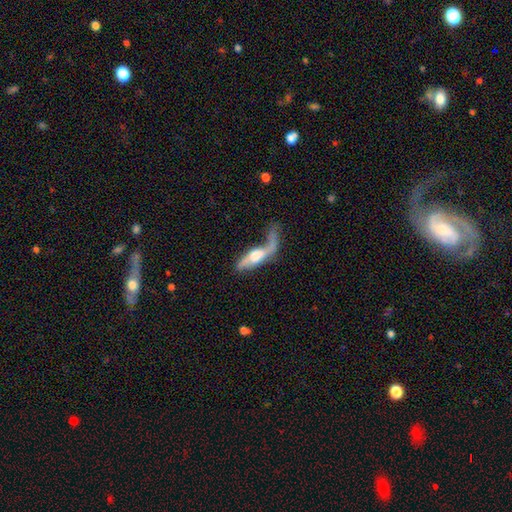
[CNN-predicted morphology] Smooth or featured? featured or disk (62%)
Edge-on disk? no (52%)
Merging? major disturbance (37%)